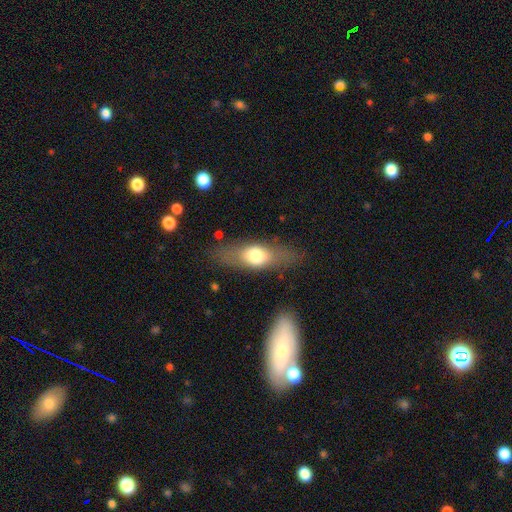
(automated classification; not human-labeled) smooth-or-featured: smooth: 62% | featured or disk: 31% | star or artifact: 8%
  how-rounded: in between: 63% | cigar-shaped: 30% | round: 8%
  merging: none: 78% | minor disturbance: 14% | major disturbance: 6% | merger: 2%